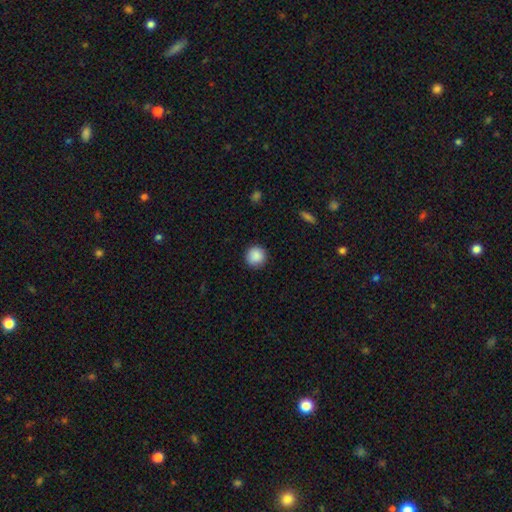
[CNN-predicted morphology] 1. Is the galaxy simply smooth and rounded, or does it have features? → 89% smooth, 8% star or artifact, 3% featured or disk.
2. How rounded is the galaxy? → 94% round, 5% in between, 1% cigar-shaped.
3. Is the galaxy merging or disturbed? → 89% none, 8% minor disturbance, 2% major disturbance, 1% merger.